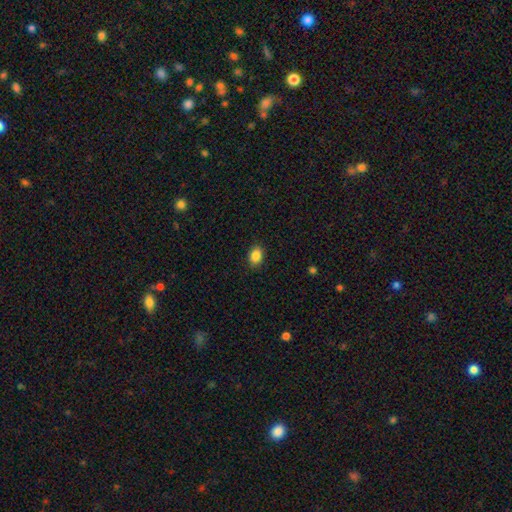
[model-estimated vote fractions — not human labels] Smooth or featured: smooth — 87% (star or artifact — 9%)
How rounded: in between — 72% (round — 27%)
Merging: none — 89% (minor disturbance — 8%)